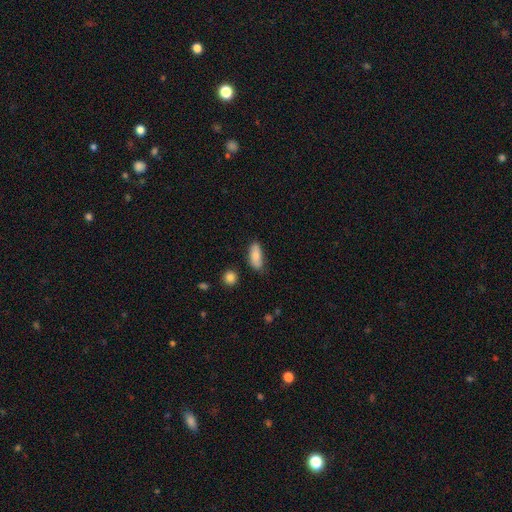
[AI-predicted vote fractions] Smooth or featured?
  - smooth: 81% *
  - featured or disk: 12%
  - star or artifact: 7%
How rounded?
  - in between: 83% *
  - cigar-shaped: 14%
  - round: 3%
Merging?
  - none: 71% *
  - minor disturbance: 23%
  - major disturbance: 4%
  - merger: 3%